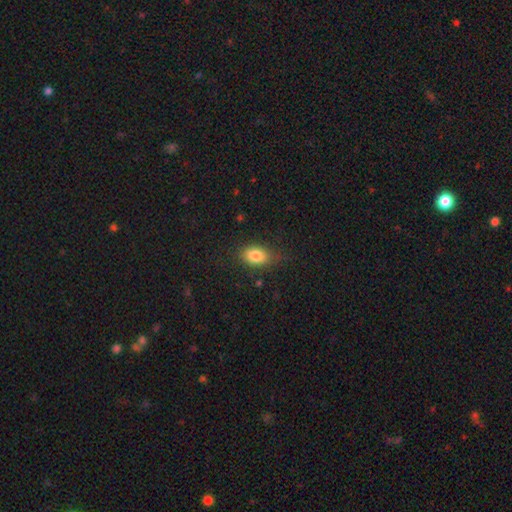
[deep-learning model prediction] Q: Smooth or featured?
A: smooth (83%); runner-up: star or artifact (9%)
Q: How rounded?
A: in between (83%); runner-up: round (14%)
Q: Merging?
A: none (74%); runner-up: minor disturbance (18%)